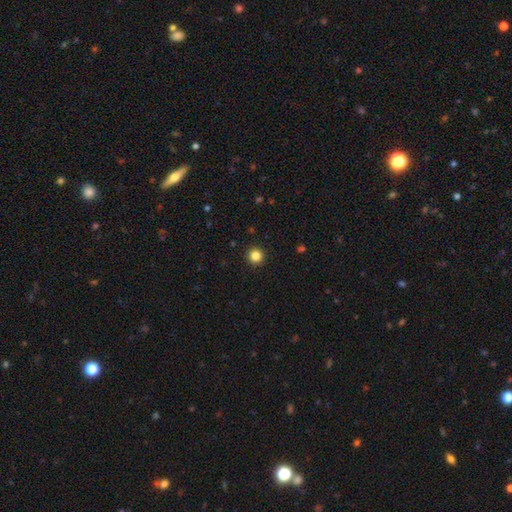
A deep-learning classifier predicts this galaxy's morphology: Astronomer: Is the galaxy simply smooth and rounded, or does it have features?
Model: smooth — 84%.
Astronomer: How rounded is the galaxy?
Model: round — 96%.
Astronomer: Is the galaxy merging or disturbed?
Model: none — 94%.